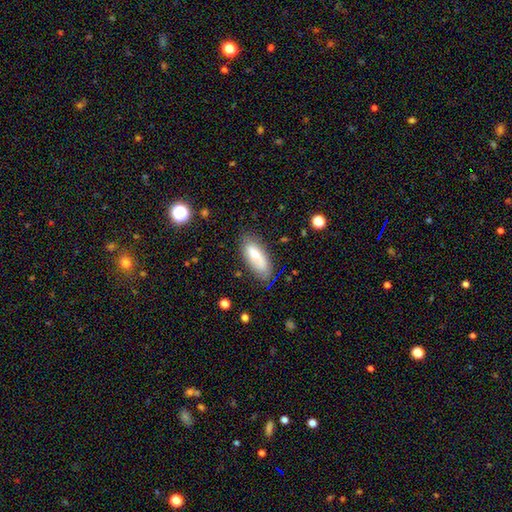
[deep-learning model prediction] The model was most divided on "smooth or featured": smooth: 67%, featured or disk: 26%, star or artifact: 8%. More confident: how rounded — in between (76%); merging — none (71%).